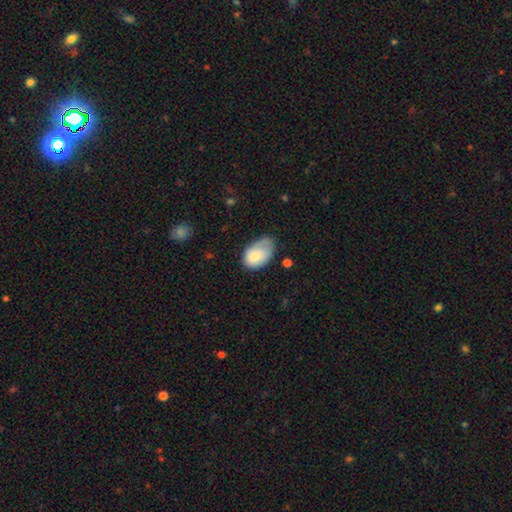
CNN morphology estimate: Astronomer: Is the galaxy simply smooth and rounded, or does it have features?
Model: smooth — 78%.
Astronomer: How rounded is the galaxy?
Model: in between — 90%.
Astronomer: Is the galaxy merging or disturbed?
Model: none — 42% (runner-up: minor disturbance, 39%).